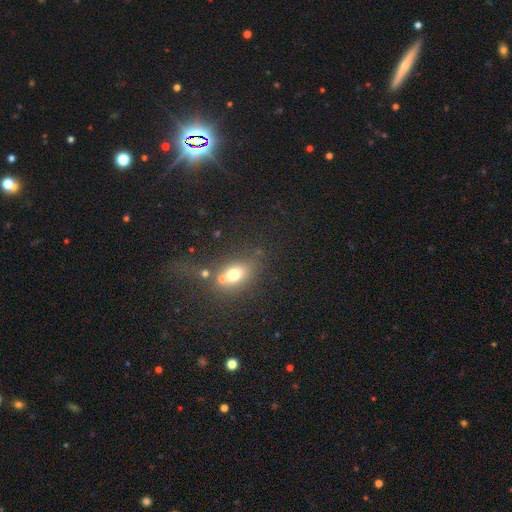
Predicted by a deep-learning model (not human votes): smooth_or_featured: smooth (p=0.41) [tied with: star or artifact p=0.41]
merging: none (p=0.53) [alt: minor disturbance p=0.17]